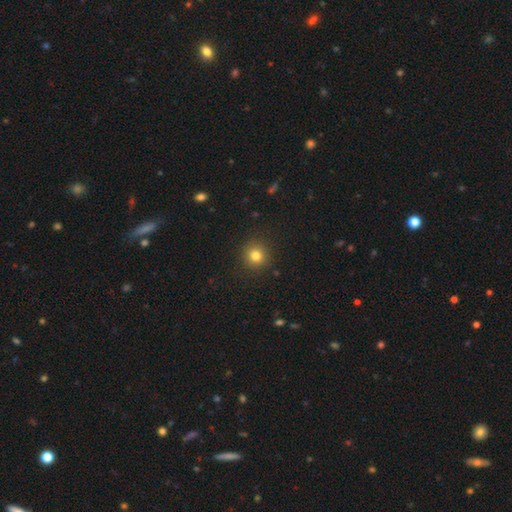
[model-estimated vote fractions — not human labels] Smooth or featured? smooth (80%)
How rounded? round (92%)
Merging? none (90%)